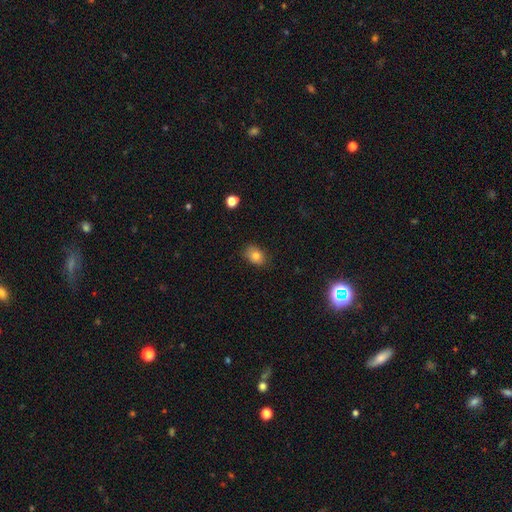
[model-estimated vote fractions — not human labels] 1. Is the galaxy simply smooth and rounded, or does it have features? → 79% smooth, 11% star or artifact, 10% featured or disk.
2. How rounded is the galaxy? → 67% in between, 32% round, 1% cigar-shaped.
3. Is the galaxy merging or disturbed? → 82% none, 15% minor disturbance, 3% major disturbance, 1% merger.